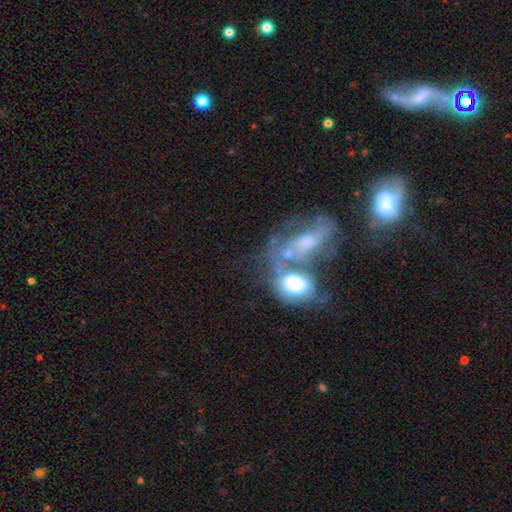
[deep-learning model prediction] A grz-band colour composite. It shows a featured or disk galaxy (50%). Merging: merger (56%).